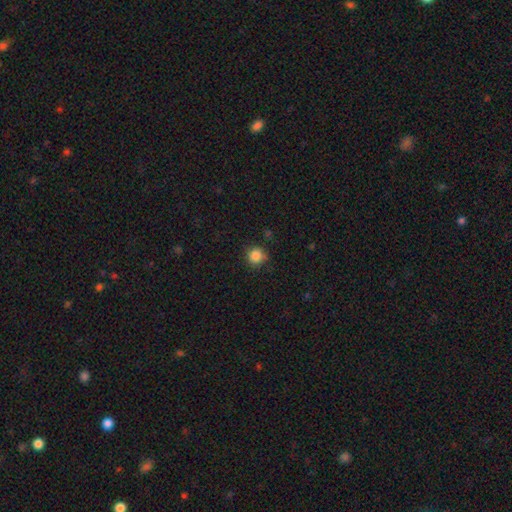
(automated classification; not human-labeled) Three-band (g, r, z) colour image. It shows a smooth galaxy with no disk features (85%) that is round (93%). Merging: none (82%).